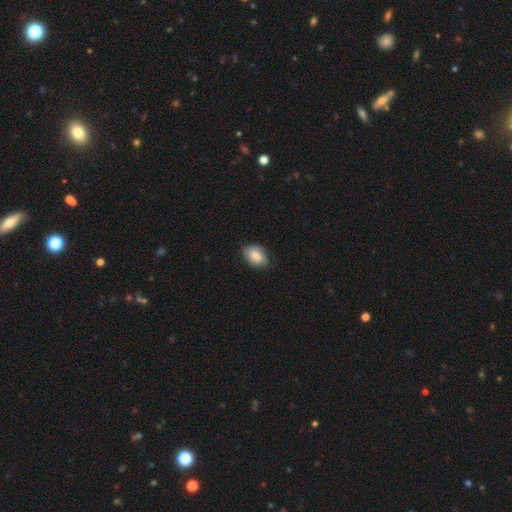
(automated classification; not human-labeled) Q: Smooth or featured?
A: smooth (82%); runner-up: featured or disk (11%)
Q: How rounded?
A: in between (80%); runner-up: round (18%)
Q: Merging?
A: none (70%); runner-up: minor disturbance (25%)